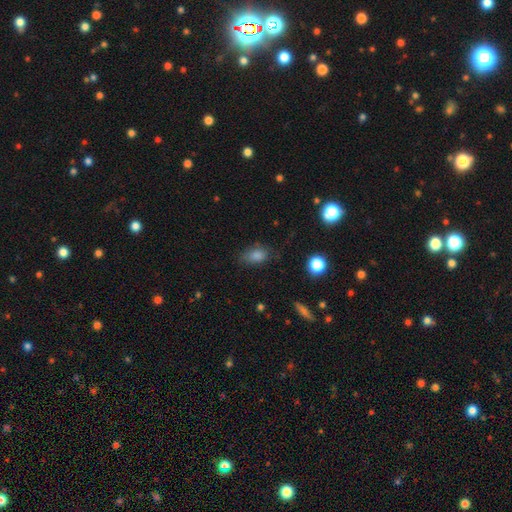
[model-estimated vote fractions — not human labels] Morphology: type=smooth (82%); roundness=in between (85%); merging=none (68%).